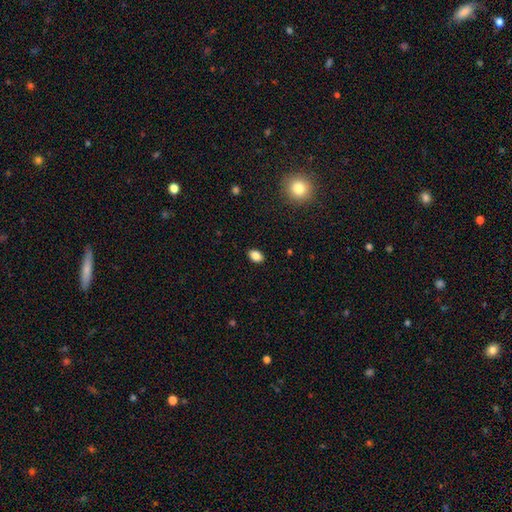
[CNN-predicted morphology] Smooth or featured? Predicted: smooth (p=0.85). How rounded? Predicted: in between (p=0.80). Merging? Predicted: none (p=0.88).